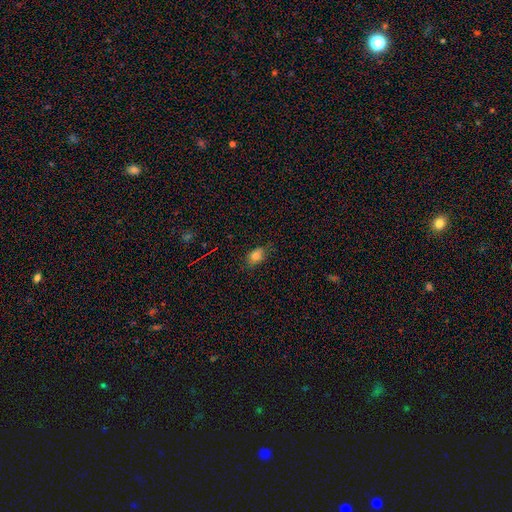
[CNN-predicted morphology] Smooth or featured?
  - smooth: 80% *
  - star or artifact: 14%
  - featured or disk: 7%
How rounded?
  - in between: 76% *
  - round: 22%
  - cigar-shaped: 2%
Merging?
  - none: 73% *
  - minor disturbance: 21%
  - major disturbance: 5%
  - merger: 1%